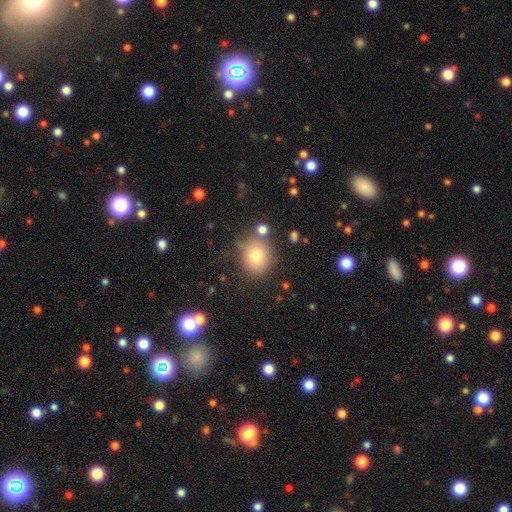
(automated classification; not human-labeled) A smooth galaxy with no disk features (74%) that is round (78%).

Vote fractions:
- Smooth or featured? smooth: 74% / featured or disk: 13% / star or artifact: 13%
- How rounded? round: 78% / in between: 21% / cigar-shaped: 1%
- Merging? none: 71% / minor disturbance: 14% / merger: 9% / major disturbance: 6%